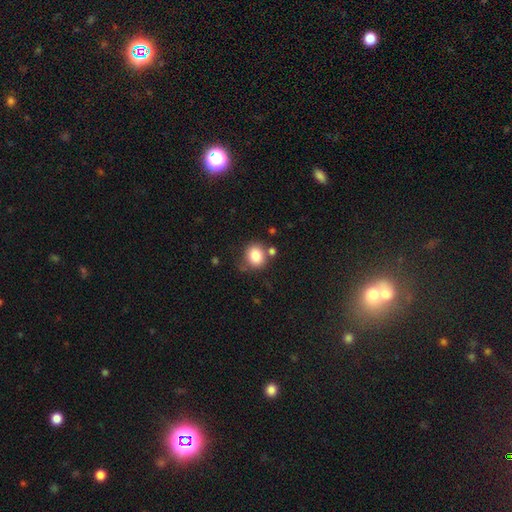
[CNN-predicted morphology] Q: Smooth or featured?
A: smooth (83%); runner-up: star or artifact (10%)
Q: How rounded?
A: round (73%); runner-up: in between (26%)
Q: Merging?
A: none (64%); runner-up: minor disturbance (17%)